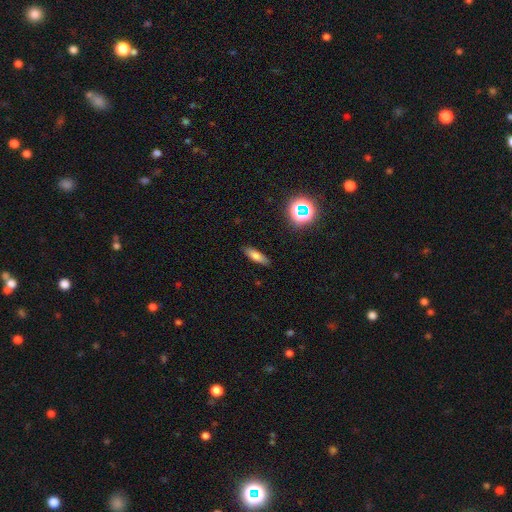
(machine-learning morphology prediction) The model was most divided on "how rounded": cigar-shaped: 52%, in between: 45%, round: 4%. More confident: merging — none (88%); smooth or featured — smooth (73%).